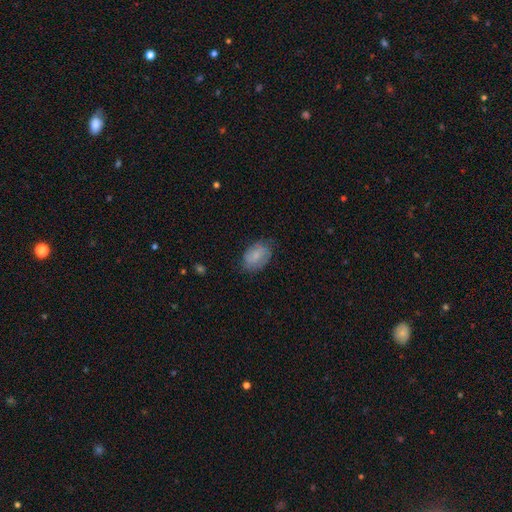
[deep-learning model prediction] The model was most divided on "merging": none: 71%, minor disturbance: 22%, major disturbance: 6%, merger: 1%. More confident: how rounded — in between (88%); smooth or featured — smooth (73%).